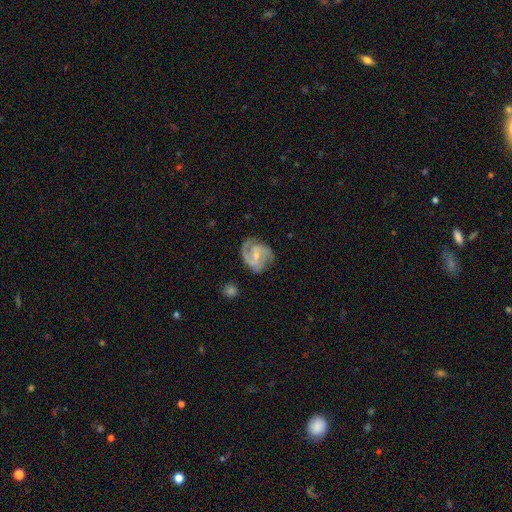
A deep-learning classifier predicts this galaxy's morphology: Q: Smooth or featured?
A: featured or disk (83%); runner-up: smooth (11%)
Q: Edge-on disk?
A: no (98%); runner-up: yes (2%)
Q: Bar?
A: weak (52%); runner-up: no (33%)
Q: Spiral arms?
A: yes (95%); runner-up: no (5%)
Q: Spiral winding?
A: medium (51%); runner-up: tight (32%)
Q: Spiral arm count?
A: 2 (64%); runner-up: 3 (13%)
Q: Bulge size?
A: small (53%); runner-up: moderate (37%)
Q: Merging?
A: none (63%); runner-up: minor disturbance (22%)